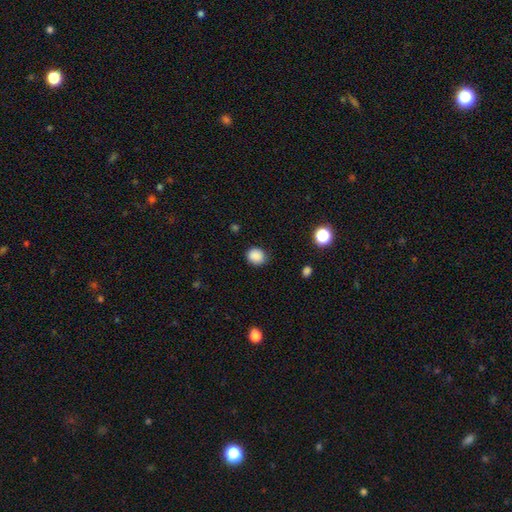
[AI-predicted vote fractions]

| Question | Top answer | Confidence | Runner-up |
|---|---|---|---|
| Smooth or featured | smooth | 87% | star or artifact (10%) |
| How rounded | round | 68% | in between (31%) |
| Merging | none | 83% | minor disturbance (12%) |